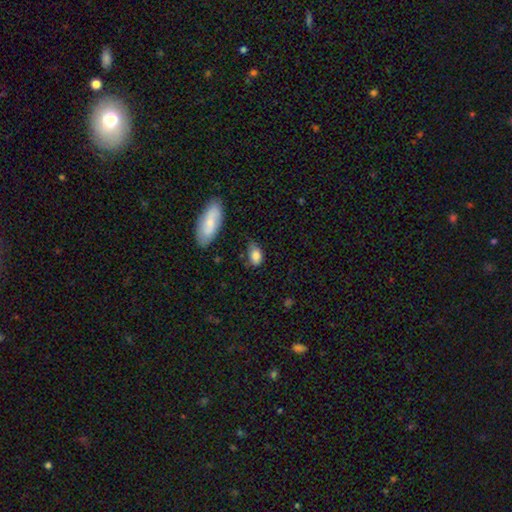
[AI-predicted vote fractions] The model was most divided on "merging": none: 52%, minor disturbance: 34%, major disturbance: 10%, merger: 5%. More confident: how rounded — in between (87%); smooth or featured — smooth (83%).